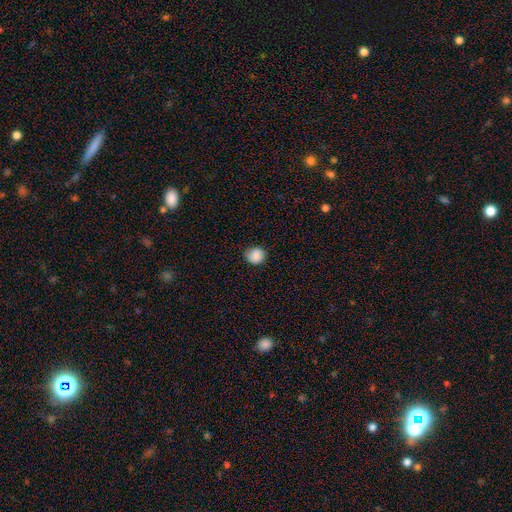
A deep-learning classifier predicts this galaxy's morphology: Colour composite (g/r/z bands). It shows a smooth galaxy with no disk features (86%) that is round (83%). Merging: none (80%).